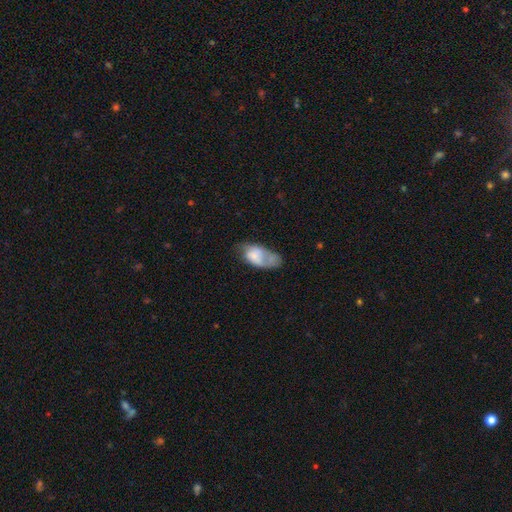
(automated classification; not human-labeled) This appears to be a smooth galaxy with no disk features (61%) that is in between round and cigar-shaped (91%). Merging: none (30%).